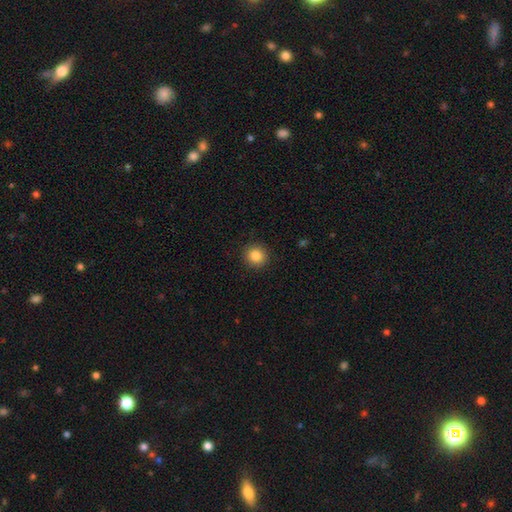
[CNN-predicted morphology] smooth_or_featured: smooth (p=0.84) [alt: star or artifact p=0.10]
how_rounded: round (p=0.92) [alt: in between p=0.07]
merging: none (p=0.92) [alt: minor disturbance p=0.05]